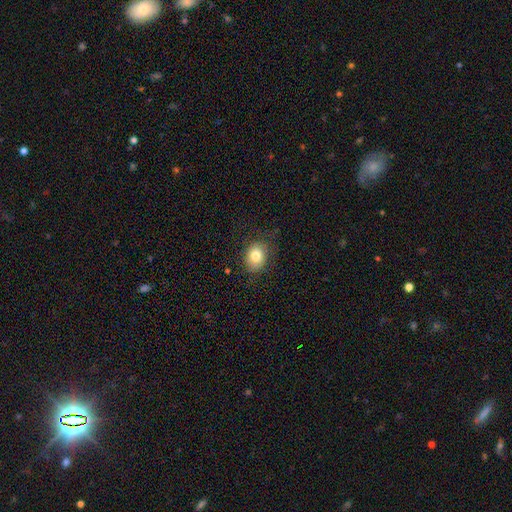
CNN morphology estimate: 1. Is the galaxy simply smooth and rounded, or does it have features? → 81% smooth, 10% star or artifact, 9% featured or disk.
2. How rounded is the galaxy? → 53% round, 46% in between, 1% cigar-shaped.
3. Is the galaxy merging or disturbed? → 78% none, 16% minor disturbance, 5% major disturbance, 1% merger.